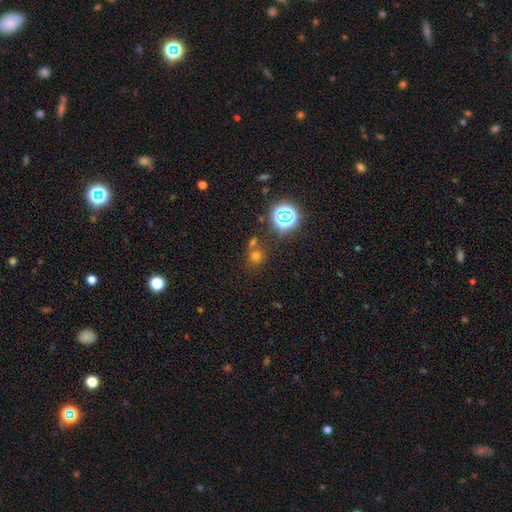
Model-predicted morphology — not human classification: A smooth galaxy with no disk features (58%) that is round (84%).

Vote fractions:
- Smooth or featured? smooth: 58% / star or artifact: 33% / featured or disk: 9%
- How rounded? round: 84% / in between: 15% / cigar-shaped: 1%
- Merging? none: 59% / merger: 28% / minor disturbance: 9% / major disturbance: 4%